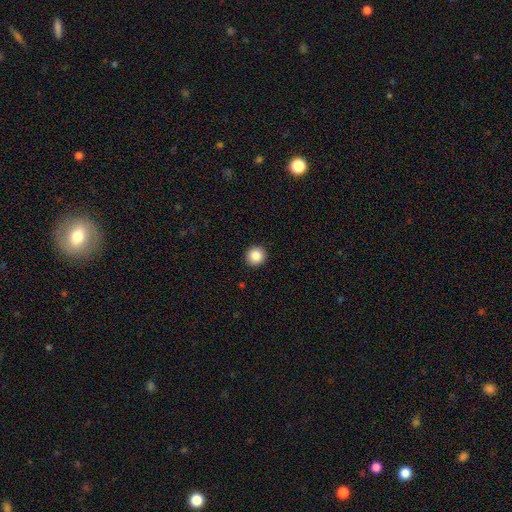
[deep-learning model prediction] Smooth or featured?
  - smooth: 87% *
  - star or artifact: 9%
  - featured or disk: 4%
How rounded?
  - round: 94% *
  - in between: 5%
  - cigar-shaped: 1%
Merging?
  - none: 92% *
  - minor disturbance: 5%
  - major disturbance: 2%
  - merger: 1%